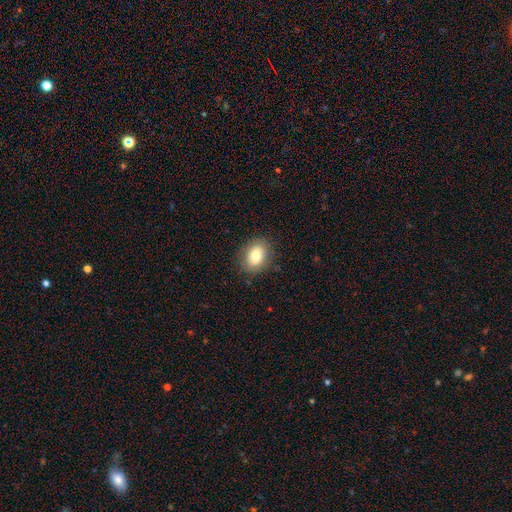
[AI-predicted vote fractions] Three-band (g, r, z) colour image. It shows a smooth galaxy with no disk features (79%) that is in between round and cigar-shaped (68%). Merging: none (85%).